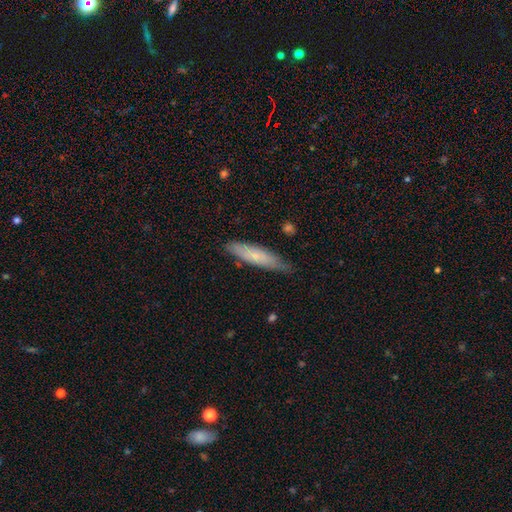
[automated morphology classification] This appears to be a smooth galaxy with no disk features (63%) that is cigar-shaped (73%). Merging: none (75%).